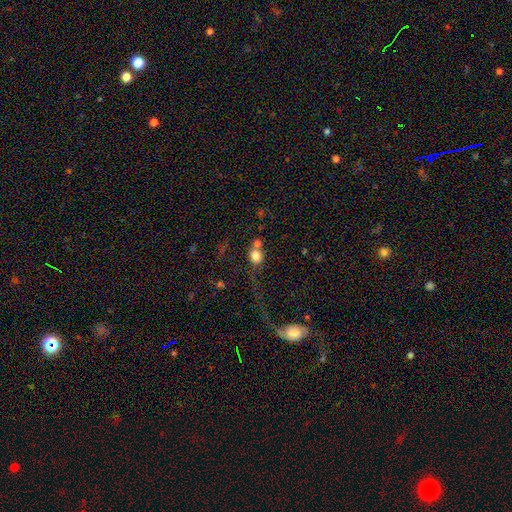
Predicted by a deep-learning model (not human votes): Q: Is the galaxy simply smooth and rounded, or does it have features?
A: smooth — 77%.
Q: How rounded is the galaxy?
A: round — 70%.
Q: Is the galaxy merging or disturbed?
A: none — 41%.